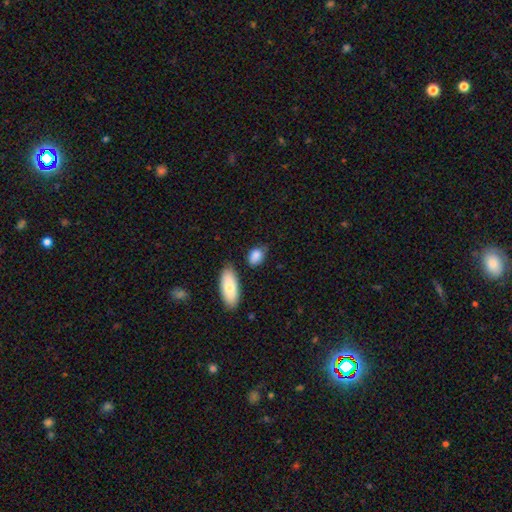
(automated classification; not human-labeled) Smooth or featured? smooth (86%)
How rounded? in between (77%)
Merging? none (66%)